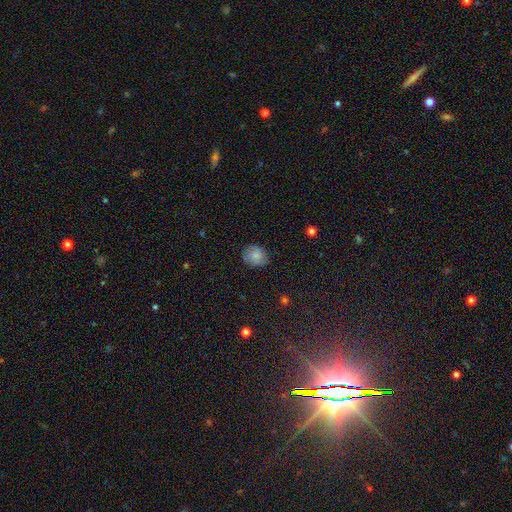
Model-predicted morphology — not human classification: A smooth galaxy with no disk features (82%) that is round (65%).

Vote fractions:
- Smooth or featured? smooth: 82% / featured or disk: 9% / star or artifact: 9%
- How rounded? round: 65% / in between: 34% / cigar-shaped: 1%
- Merging? none: 80% / minor disturbance: 16% / major disturbance: 3% / merger: 1%